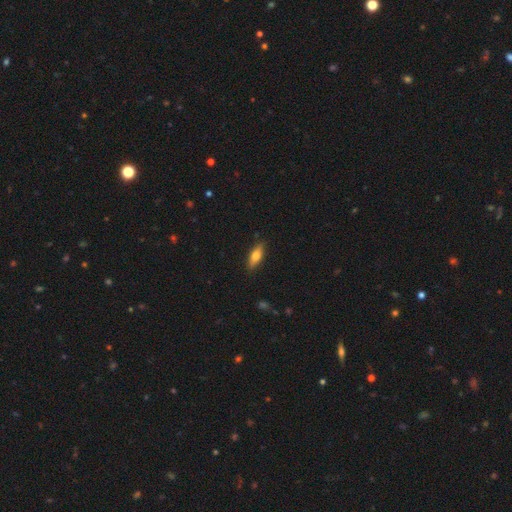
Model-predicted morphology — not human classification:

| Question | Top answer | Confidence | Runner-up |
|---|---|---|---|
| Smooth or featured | smooth | 66% | featured or disk (27%) |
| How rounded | in between | 59% | cigar-shaped (39%) |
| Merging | none | 85% | minor disturbance (12%) |